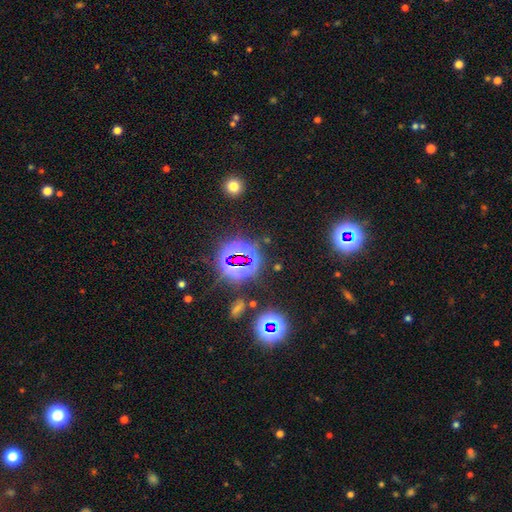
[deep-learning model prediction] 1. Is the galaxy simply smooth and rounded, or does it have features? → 77% star or artifact, 13% smooth, 10% featured or disk.